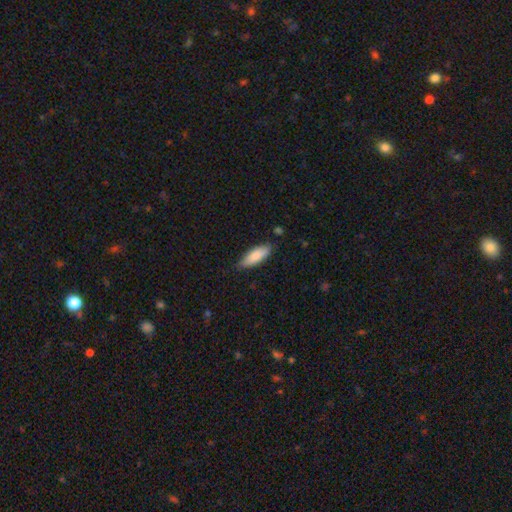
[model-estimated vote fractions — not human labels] This appears to be a smooth galaxy with no disk features (83%) that is in between round and cigar-shaped (63%). Merging: none (79%).